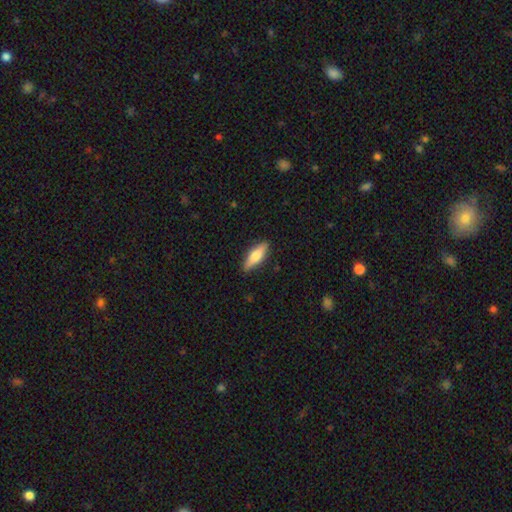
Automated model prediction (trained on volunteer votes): Smooth or featured? Predicted: smooth (p=0.68). How rounded? Predicted: in between (p=0.54). Merging? Predicted: none (p=0.88).